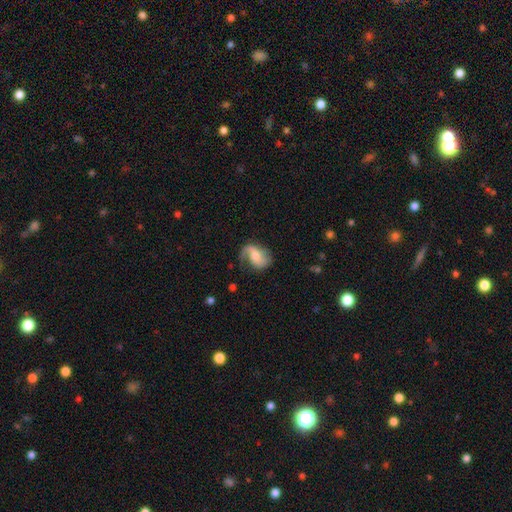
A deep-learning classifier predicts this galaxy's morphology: This appears to be a featured or disk galaxy (71%) with no bar (48%), 2 (74%) loose (56%) spiral arms (93%) and a moderate central bulge (51%). Merging: none (60%).